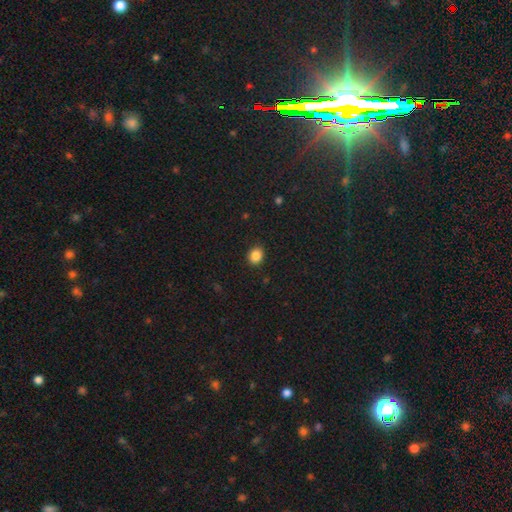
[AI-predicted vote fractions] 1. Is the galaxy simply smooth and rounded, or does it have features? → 86% smooth, 10% star or artifact, 3% featured or disk.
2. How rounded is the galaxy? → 61% round, 38% in between, 1% cigar-shaped.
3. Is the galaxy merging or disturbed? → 90% none, 7% minor disturbance, 2% major disturbance, 1% merger.